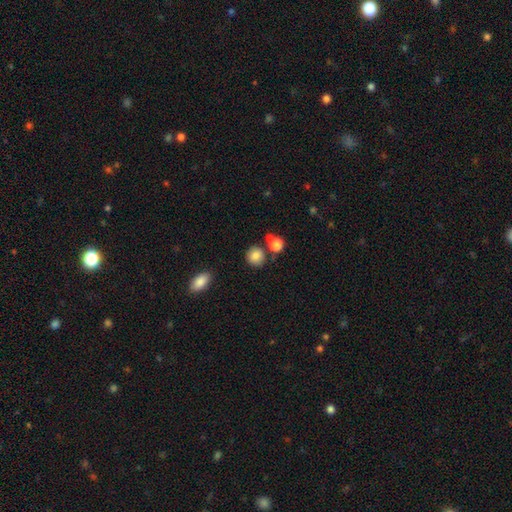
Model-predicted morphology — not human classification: A smooth galaxy with no disk features (84%) that is round (85%). Merging: none (76%).